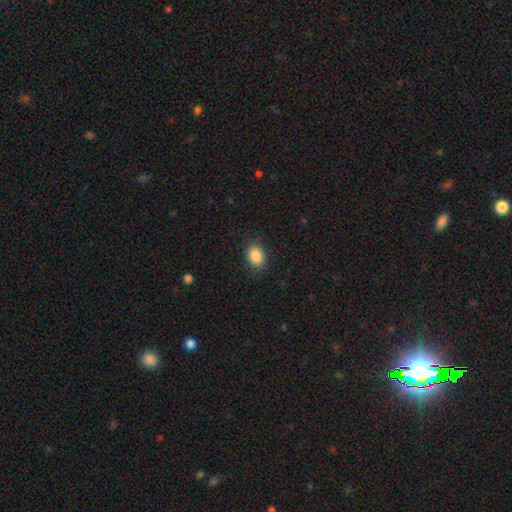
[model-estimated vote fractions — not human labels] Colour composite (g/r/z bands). It shows a smooth galaxy with no disk features (88%) that is in between round and cigar-shaped (57%). Merging: none (86%).